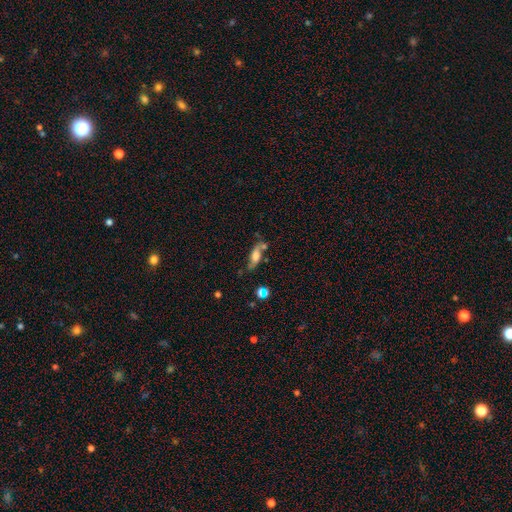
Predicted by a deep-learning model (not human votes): Smooth or featured: featured or disk — 46% (smooth — 45%)
Merging: none — 54% (minor disturbance — 22%)